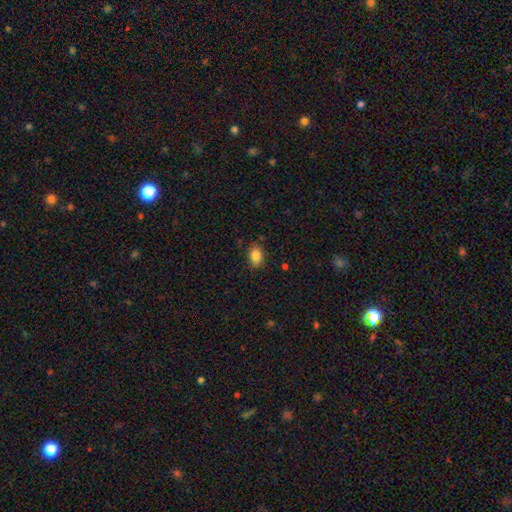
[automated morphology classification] Smooth or featured?
  - smooth: 86% *
  - star or artifact: 9%
  - featured or disk: 6%
How rounded?
  - in between: 76% *
  - round: 23%
  - cigar-shaped: 1%
Merging?
  - none: 84% *
  - minor disturbance: 12%
  - major disturbance: 3%
  - merger: 1%